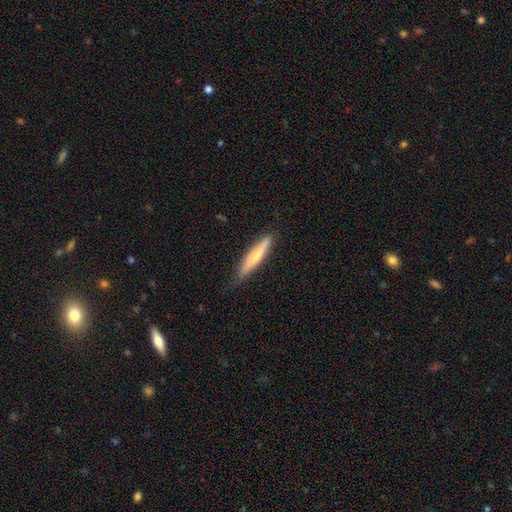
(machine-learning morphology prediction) This appears to be a smooth galaxy with no disk features (65%) that is cigar-shaped (89%). Merging: none (80%).